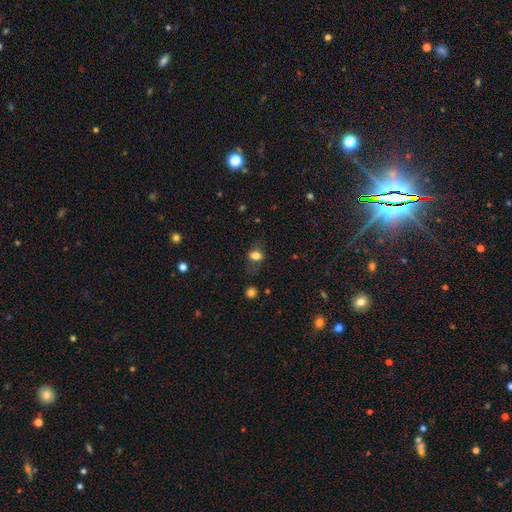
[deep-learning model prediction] Smooth or featured: smooth — 71% (featured or disk — 16%)
How rounded: in between — 73% (round — 24%)
Merging: none — 66% (minor disturbance — 20%)